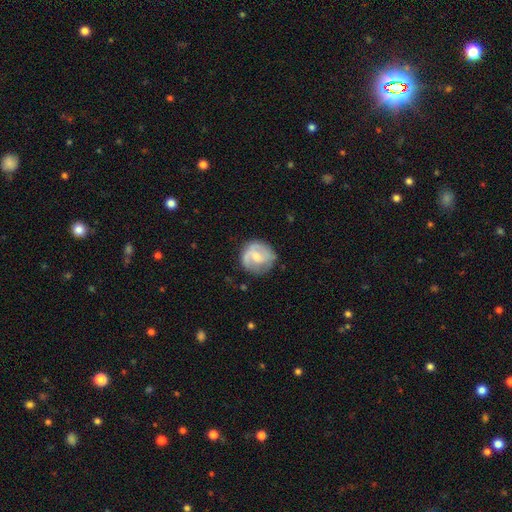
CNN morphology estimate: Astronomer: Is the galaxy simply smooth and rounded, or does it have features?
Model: featured or disk — 57% (runner-up: smooth, 37%).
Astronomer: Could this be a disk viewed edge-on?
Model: no — 98%.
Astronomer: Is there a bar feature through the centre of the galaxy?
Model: weak — 46% (runner-up: no, 43%).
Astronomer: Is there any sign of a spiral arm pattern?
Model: yes — 79%.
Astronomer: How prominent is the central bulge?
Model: small — 48% (runner-up: moderate, 41%).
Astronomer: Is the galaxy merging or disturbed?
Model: none — 69%.